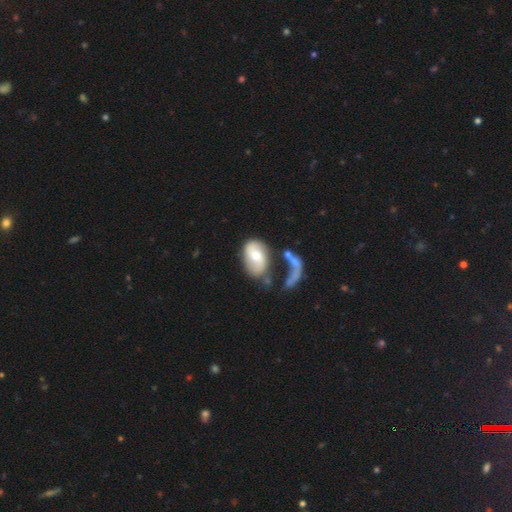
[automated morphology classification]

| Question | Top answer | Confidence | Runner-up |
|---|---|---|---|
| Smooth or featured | featured or disk | 48% | smooth (45%) |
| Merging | none | 33% | merger (27%) |